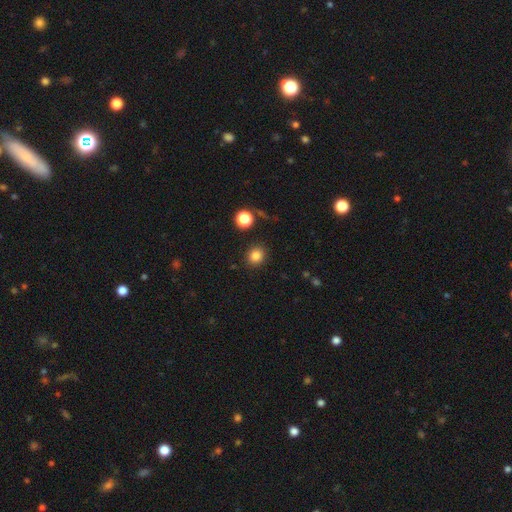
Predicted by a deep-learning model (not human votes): The model was most divided on "how rounded": round: 79%, in between: 20%, cigar-shaped: 1%. More confident: merging — none (88%); smooth or featured — smooth (83%).